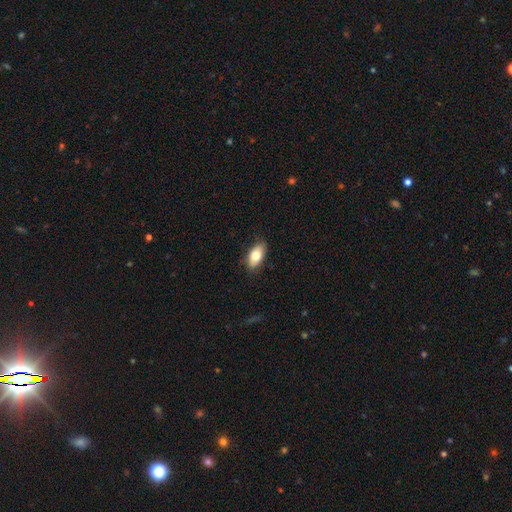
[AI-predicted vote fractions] This is likely a smooth galaxy (77%). How rounded: clearly in between (90%). Merging: clearly none (83%).